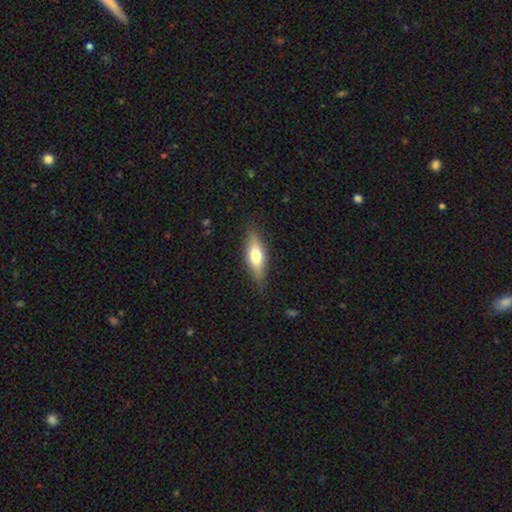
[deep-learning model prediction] A smooth galaxy with no disk features (59%) that is in between round and cigar-shaped (54%).

Vote fractions:
- Smooth or featured? smooth: 59% / featured or disk: 35% / star or artifact: 6%
- How rounded? in between: 54% / cigar-shaped: 43% / round: 3%
- Merging? none: 83% / minor disturbance: 13% / major disturbance: 3% / merger: 1%